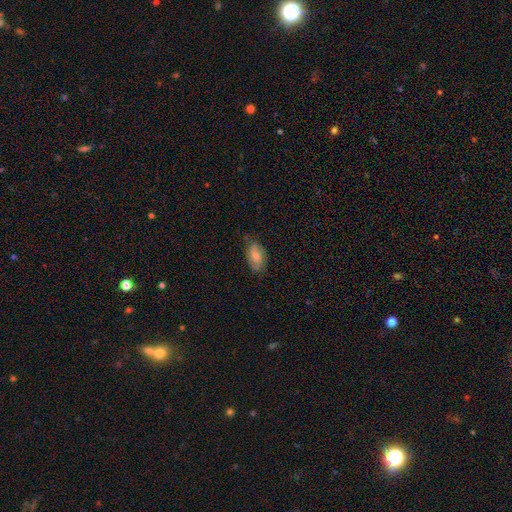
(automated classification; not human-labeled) This appears to be a smooth galaxy with no disk features (55%) that is in between round and cigar-shaped (91%). Merging: none (73%).